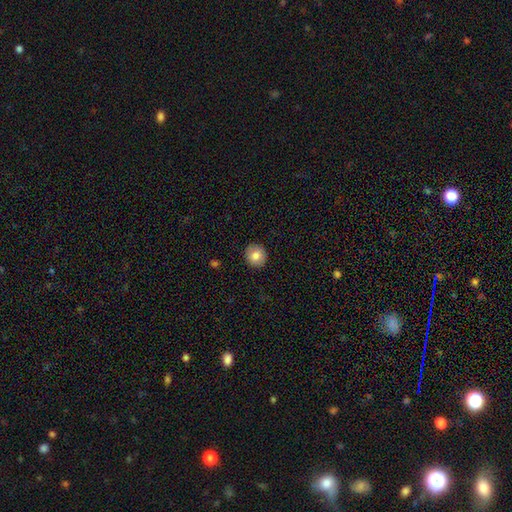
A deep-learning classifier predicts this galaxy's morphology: smooth_or_featured: smooth (p=0.81) [alt: featured or disk p=0.10]
how_rounded: round (p=0.89) [alt: in between p=0.10]
merging: none (p=0.91) [alt: minor disturbance p=0.06]